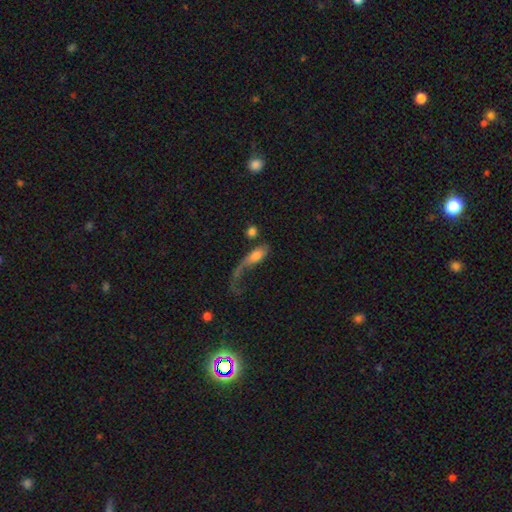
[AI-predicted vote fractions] This appears to be a smooth galaxy with no disk features (55%) that is in between round and cigar-shaped (70%). Merging: major disturbance (51%).